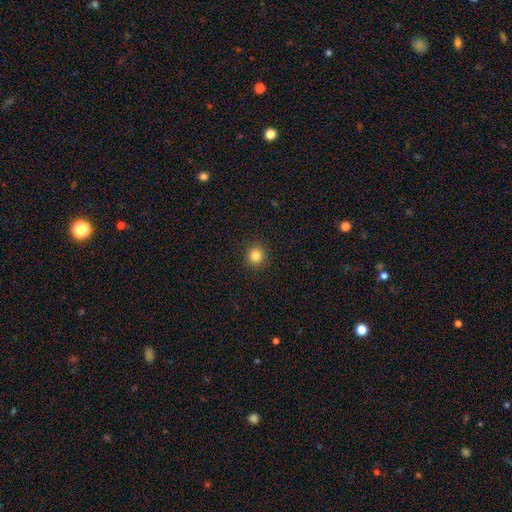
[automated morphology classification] Q: Smooth or featured?
A: smooth (83%); runner-up: star or artifact (12%)
Q: How rounded?
A: round (93%); runner-up: in between (6%)
Q: Merging?
A: none (92%); runner-up: minor disturbance (5%)